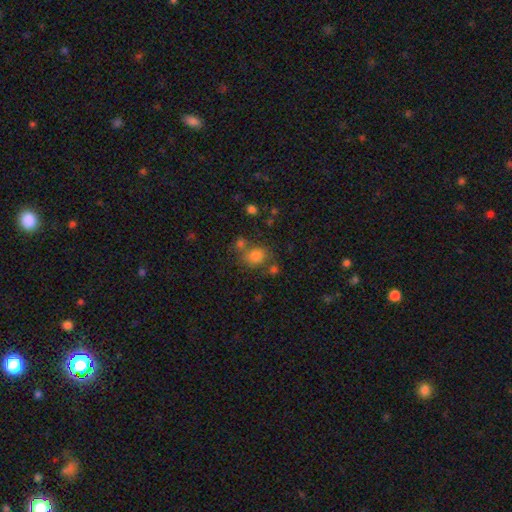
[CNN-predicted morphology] type=smooth (78%); roundness=round (61%); merging=none (57%).